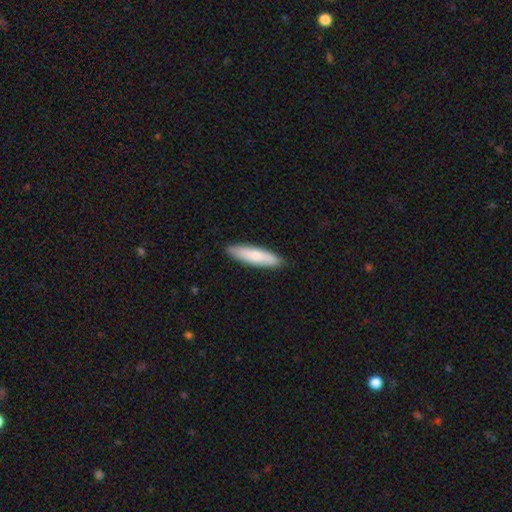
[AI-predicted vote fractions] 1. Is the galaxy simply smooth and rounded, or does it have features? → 78% smooth, 17% featured or disk, 5% star or artifact.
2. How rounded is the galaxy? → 73% cigar-shaped, 25% in between, 1% round.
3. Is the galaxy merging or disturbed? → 89% none, 8% minor disturbance, 1% major disturbance, 1% merger.